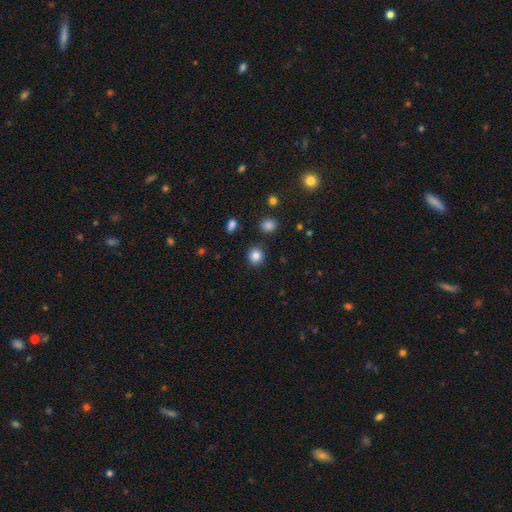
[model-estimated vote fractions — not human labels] This is clearly a smooth galaxy (85%). How rounded: clearly round (89%). Merging: clearly none (89%).